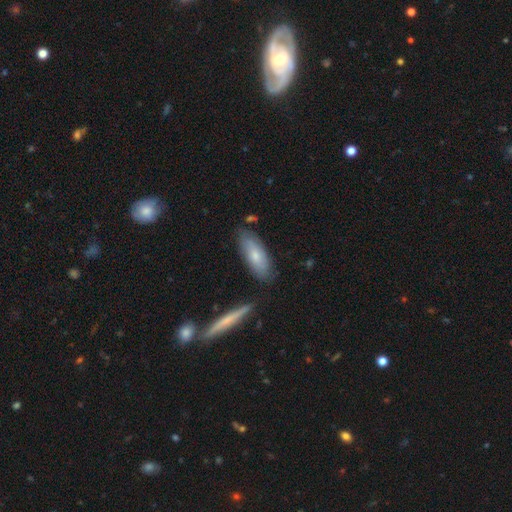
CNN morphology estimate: Smooth or featured? smooth (69%)
How rounded? in between (69%)
Merging? none (76%)